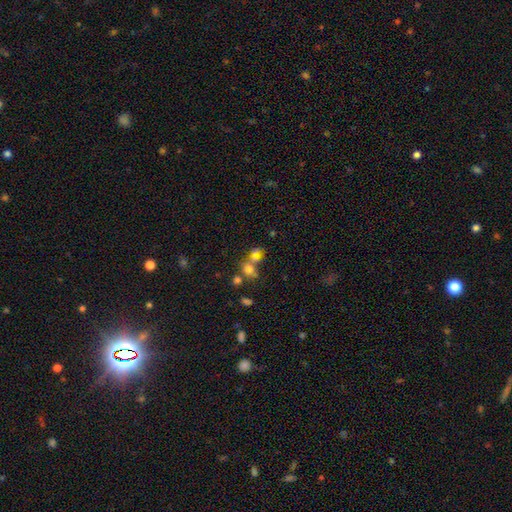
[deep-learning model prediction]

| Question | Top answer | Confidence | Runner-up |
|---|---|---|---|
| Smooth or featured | smooth | 64% | star or artifact (20%) |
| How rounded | round | 57% | in between (41%) |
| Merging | merger | 53% | none (33%) |